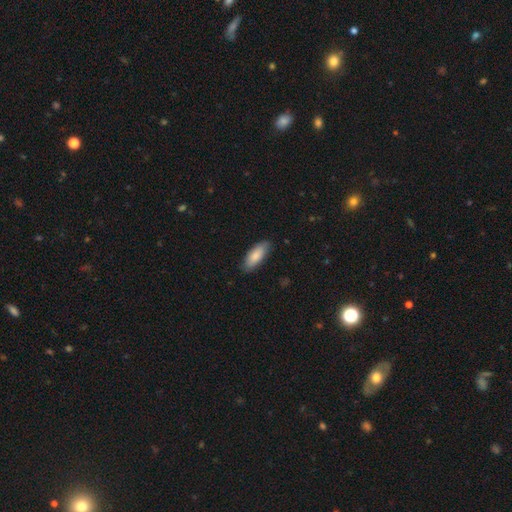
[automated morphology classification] Smooth or featured?
  - smooth: 84% *
  - featured or disk: 10%
  - star or artifact: 5%
How rounded?
  - in between: 73% *
  - cigar-shaped: 25%
  - round: 2%
Merging?
  - none: 85% *
  - minor disturbance: 12%
  - major disturbance: 2%
  - merger: 1%